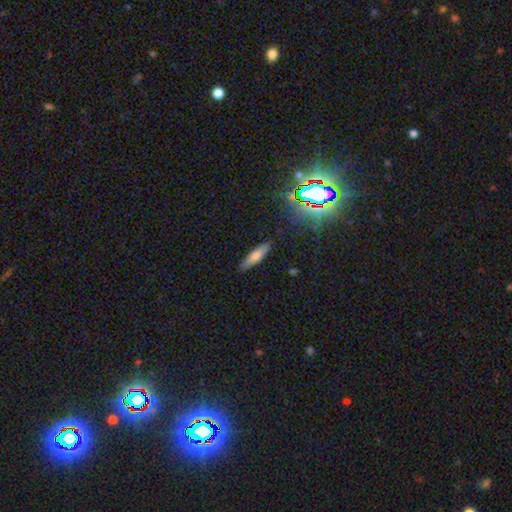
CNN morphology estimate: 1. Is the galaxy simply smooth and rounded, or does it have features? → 68% smooth, 22% featured or disk, 10% star or artifact.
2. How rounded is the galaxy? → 72% cigar-shaped, 27% in between, 2% round.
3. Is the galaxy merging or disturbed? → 88% none, 9% minor disturbance, 2% major disturbance, 1% merger.